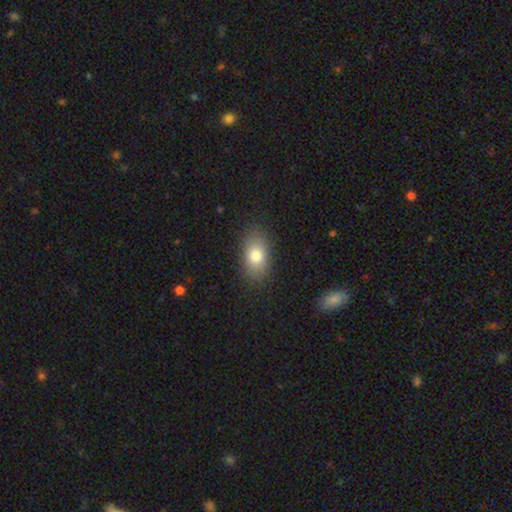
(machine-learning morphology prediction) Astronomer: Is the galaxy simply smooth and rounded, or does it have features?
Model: smooth — 80%.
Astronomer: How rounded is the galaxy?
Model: in between — 86%.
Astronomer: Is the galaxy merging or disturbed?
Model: none — 86%.